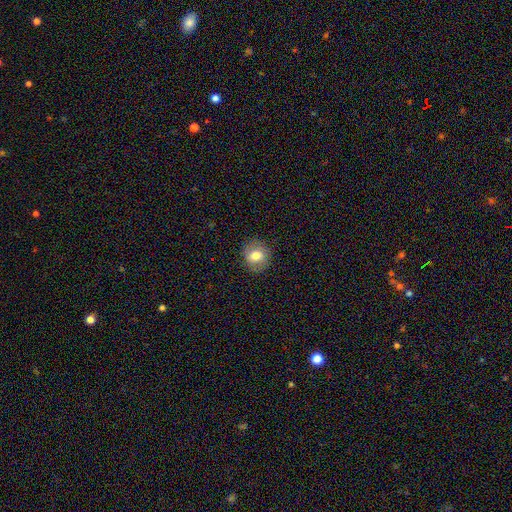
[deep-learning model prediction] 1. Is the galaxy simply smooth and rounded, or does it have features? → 73% smooth, 17% featured or disk, 10% star or artifact.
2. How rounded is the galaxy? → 77% round, 22% in between, 1% cigar-shaped.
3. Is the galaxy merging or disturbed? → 86% none, 10% minor disturbance, 3% major disturbance, 1% merger.